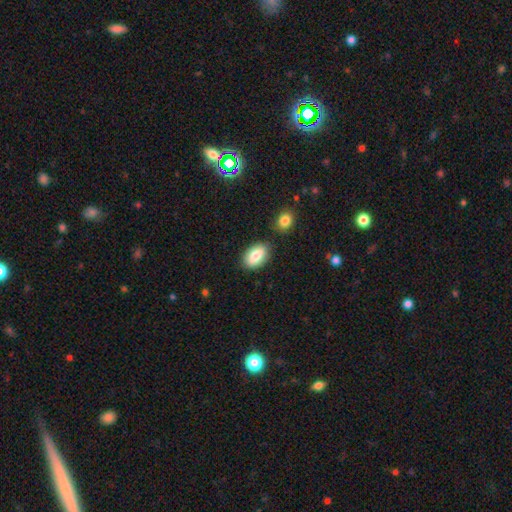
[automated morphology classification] type=smooth (80%); roundness=in between (91%); merging=none (79%).